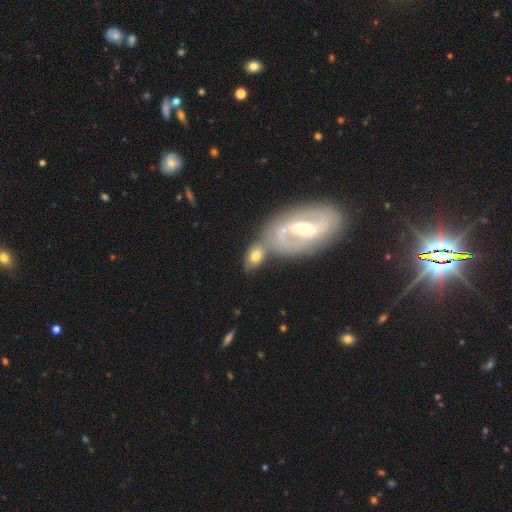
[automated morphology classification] smooth_or_featured: smooth (p=0.49) [alt: featured or disk p=0.43]
merging: merger (p=0.45) [alt: none p=0.33]